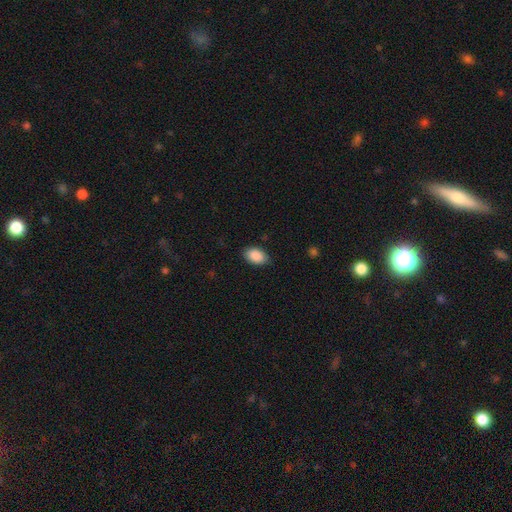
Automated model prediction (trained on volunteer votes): Overall: smooth (90%). How rounded: in between (92%). Merging: none (85%).